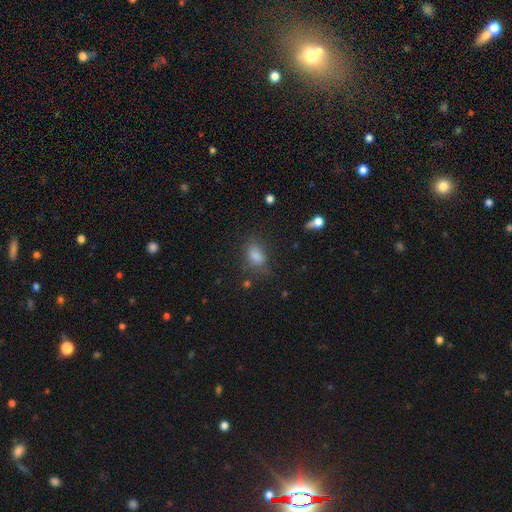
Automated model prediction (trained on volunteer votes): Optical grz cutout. It shows a smooth galaxy with no disk features (79%) that is in between round and cigar-shaped (81%). Merging: none (73%).